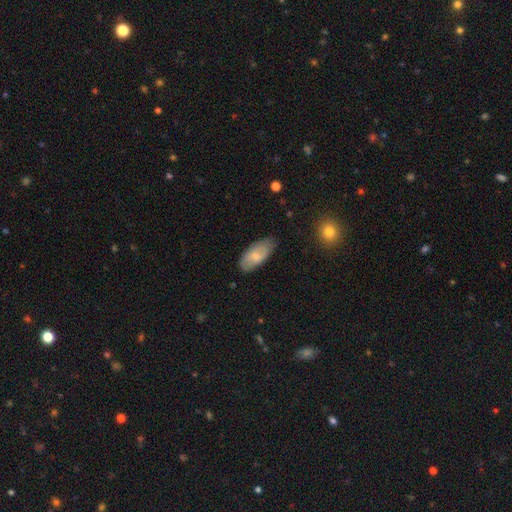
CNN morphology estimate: Smooth or featured? smooth (68%)
How rounded? in between (90%)
Merging? none (77%)